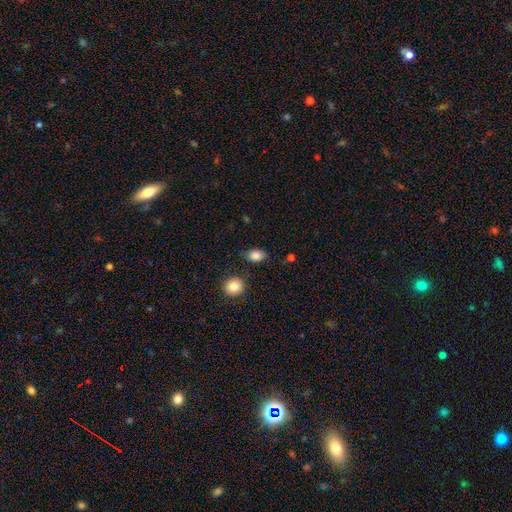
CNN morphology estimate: This is clearly a smooth galaxy (86%). How rounded: likely in between (79%). Merging: clearly none (81%).